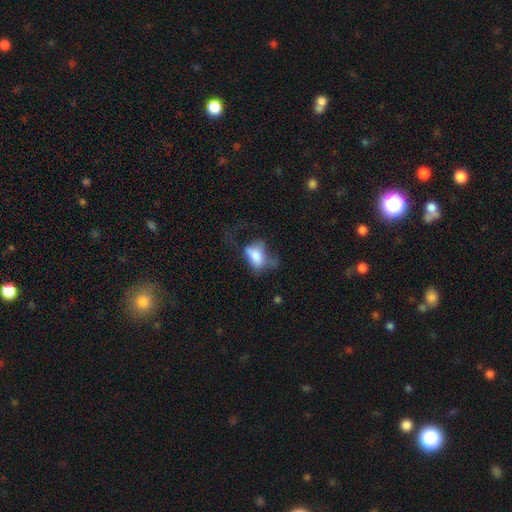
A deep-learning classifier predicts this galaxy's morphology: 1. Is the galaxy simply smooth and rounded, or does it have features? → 69% smooth, 22% featured or disk, 9% star or artifact.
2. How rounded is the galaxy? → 85% in between, 13% round, 3% cigar-shaped.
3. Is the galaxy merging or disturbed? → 48% major disturbance, 23% minor disturbance, 23% none, 6% merger.